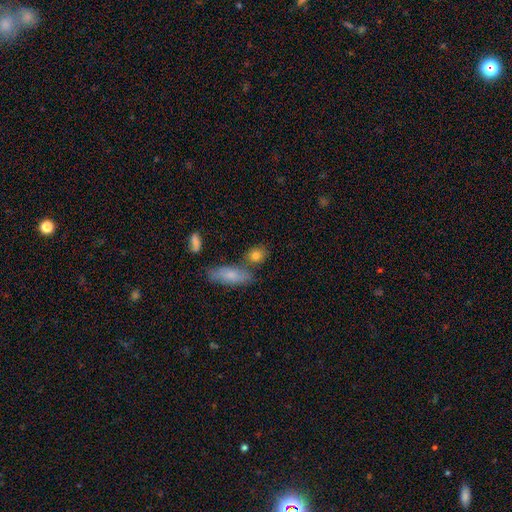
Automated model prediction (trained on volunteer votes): A smooth galaxy with no disk features (81%) that is round (50%). Merging: none (64%).